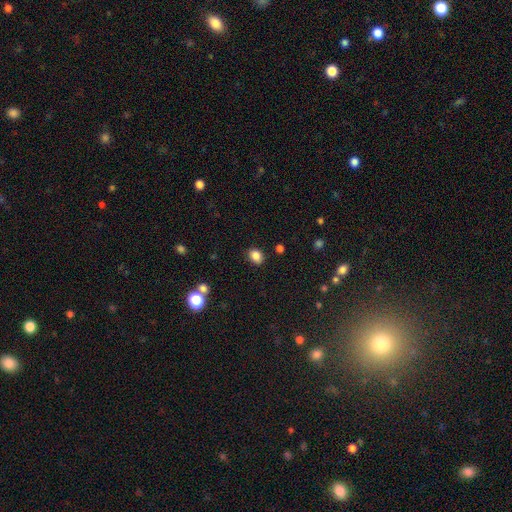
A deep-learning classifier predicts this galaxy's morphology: This is clearly a smooth galaxy (85%). How rounded: possibly in between (52%). Merging: clearly none (86%).